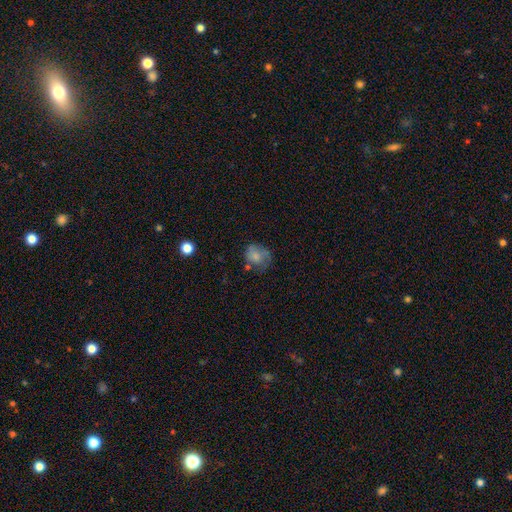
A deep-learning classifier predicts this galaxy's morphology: smooth_or_featured: smooth (p=0.68) [alt: featured or disk p=0.22]
how_rounded: round (p=0.65) [alt: in between p=0.34]
merging: none (p=0.48) [alt: minor disturbance p=0.28]